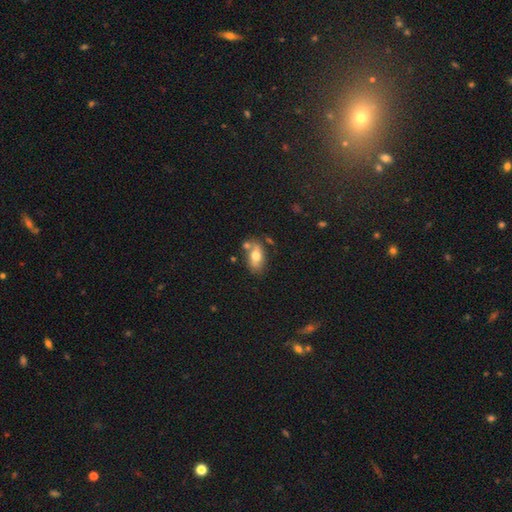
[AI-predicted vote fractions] smooth-or-featured: smooth: 64% | featured or disk: 28% | star or artifact: 8%
  how-rounded: in between: 87% | round: 8% | cigar-shaped: 6%
  merging: none: 54% | minor disturbance: 20% | merger: 20% | major disturbance: 6%